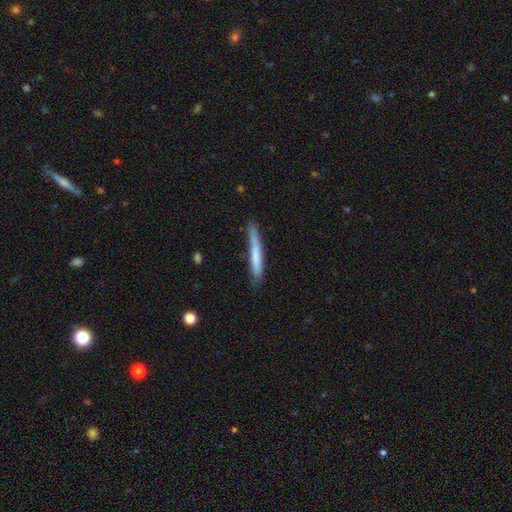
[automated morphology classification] The model was most divided on "smooth or featured": smooth: 67%, featured or disk: 27%, star or artifact: 6%. More confident: how rounded — cigar-shaped (95%); merging — none (68%).